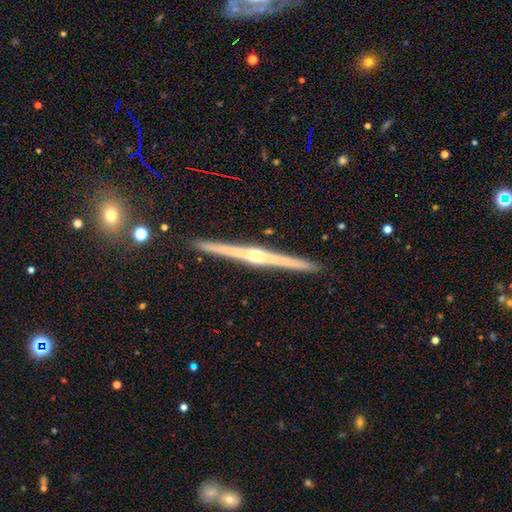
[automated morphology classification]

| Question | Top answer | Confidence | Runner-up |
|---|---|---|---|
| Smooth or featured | featured or disk | 86% | smooth (9%) |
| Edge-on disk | yes | 99% | no (1%) |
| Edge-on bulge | rounded | 80% | none (11%) |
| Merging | none | 93% | minor disturbance (5%) |